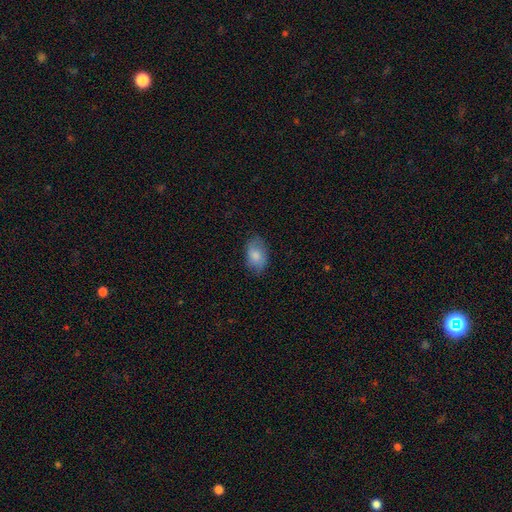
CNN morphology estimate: Smooth or featured? smooth (78%)
How rounded? in between (88%)
Merging? none (74%)